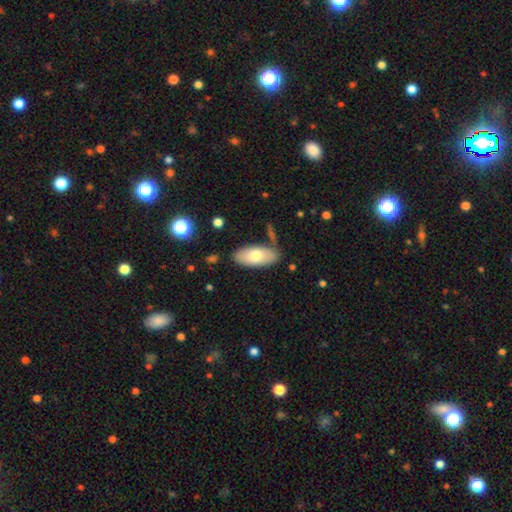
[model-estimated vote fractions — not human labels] This is likely a smooth galaxy (71%). How rounded: clearly in between (90%). Merging: likely none (79%).